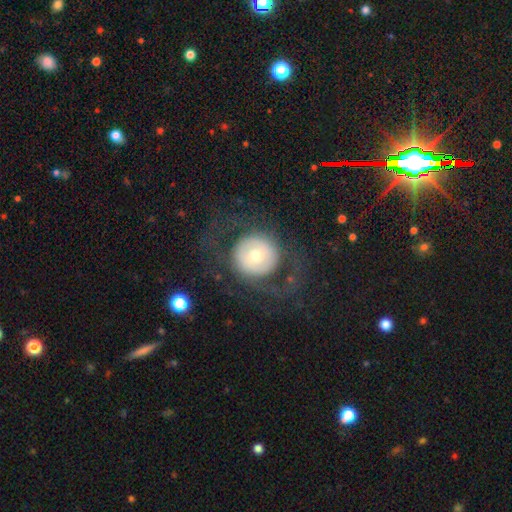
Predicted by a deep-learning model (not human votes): Overall: smooth (47%; featured or disk 45%). Merging: none (73%).